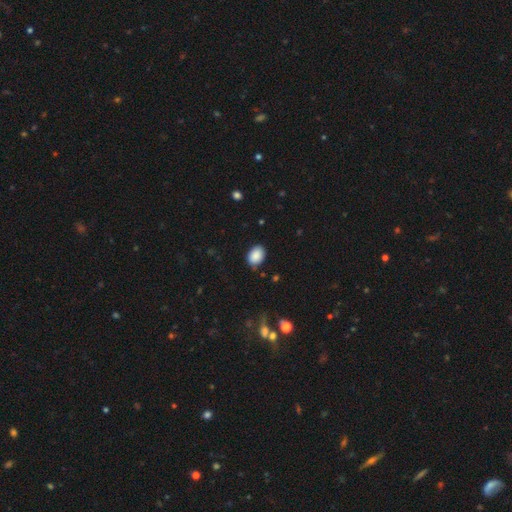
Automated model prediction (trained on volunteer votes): smooth_or_featured: smooth (p=0.89) [alt: star or artifact p=0.08]
how_rounded: in between (p=0.73) [alt: round p=0.26]
merging: none (p=0.81) [alt: minor disturbance p=0.15]